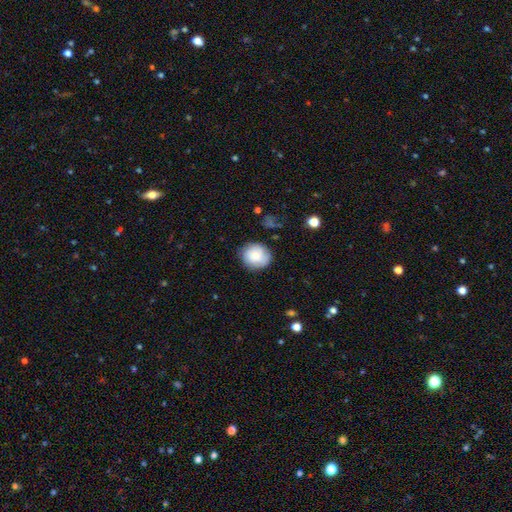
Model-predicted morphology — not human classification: smooth_or_featured: smooth (p=0.77) [alt: featured or disk p=0.15]
how_rounded: round (p=0.81) [alt: in between p=0.18]
merging: none (p=0.78) [alt: minor disturbance p=0.17]